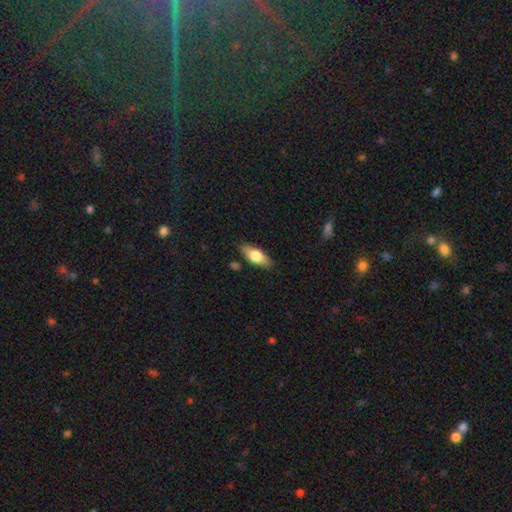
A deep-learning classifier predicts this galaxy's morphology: smooth 67%, featured or disk 27%, star or artifact 6%. Down the decision tree: how rounded — in between (79%); merging — none (84%).